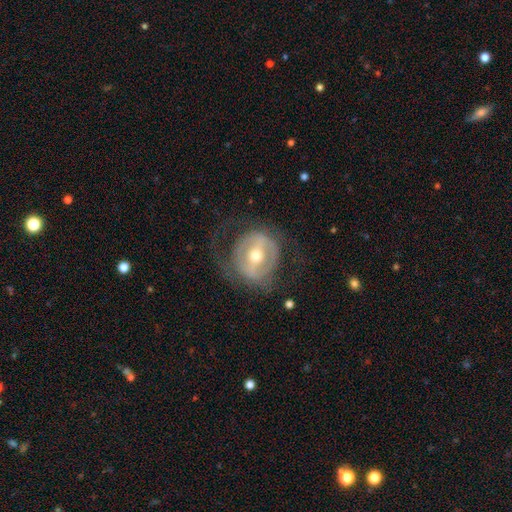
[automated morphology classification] Q: Smooth or featured?
A: featured or disk (71%); runner-up: smooth (23%)
Q: Edge-on disk?
A: no (95%); runner-up: yes (5%)
Q: Bar?
A: strong (45%); runner-up: weak (36%)
Q: Spiral arms?
A: no (56%); runner-up: yes (44%)
Q: Bulge size?
A: moderate (65%); runner-up: small (29%)
Q: Merging?
A: none (62%); runner-up: major disturbance (19%)